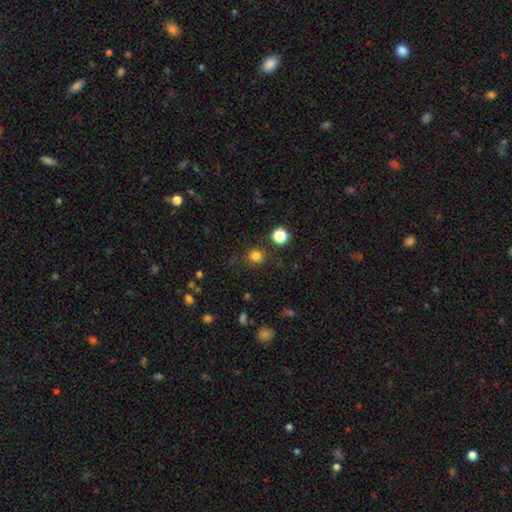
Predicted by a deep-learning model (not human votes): A smooth galaxy with no disk features (80%) that is round (92%). Merging: none (86%).